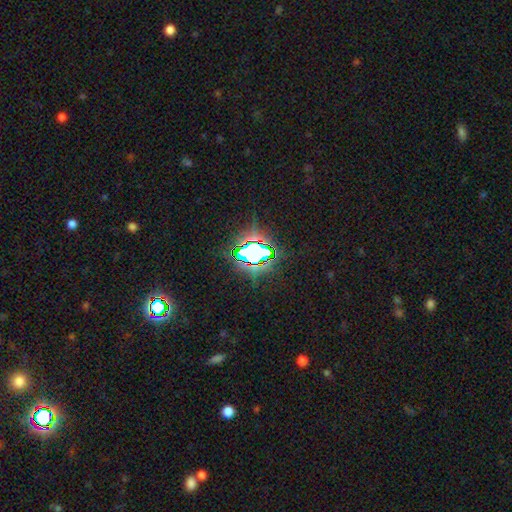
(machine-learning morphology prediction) Overall: star or artifact (73%).